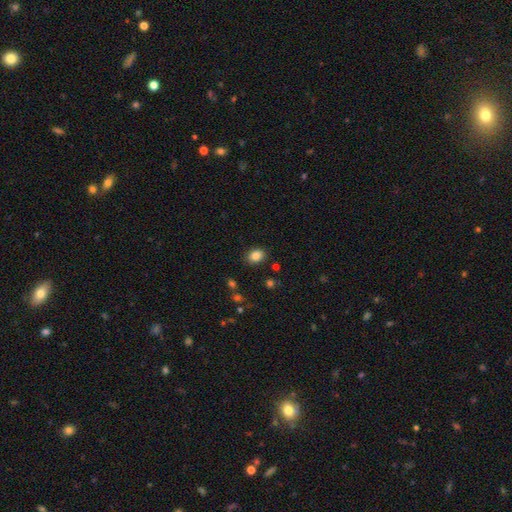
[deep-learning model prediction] A smooth galaxy with no disk features (84%) that is in between round and cigar-shaped (66%).

Vote fractions:
- Smooth or featured? smooth: 84% / star or artifact: 10% / featured or disk: 6%
- How rounded? in between: 66% / round: 33% / cigar-shaped: 1%
- Merging? none: 85% / minor disturbance: 10% / major disturbance: 3% / merger: 2%